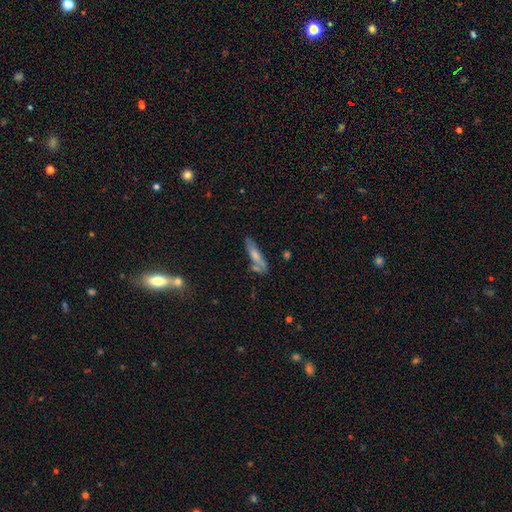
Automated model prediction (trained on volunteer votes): Overall: smooth (63%; featured or disk 30%). How rounded: cigar-shaped (73%). Merging: none (59%; minor disturbance 20%).